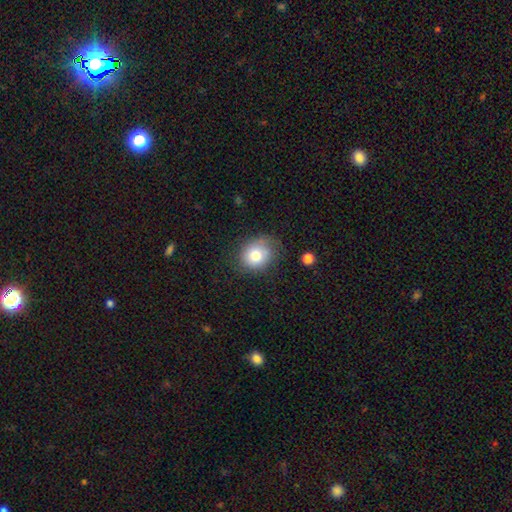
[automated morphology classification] Smooth or featured: smooth — 77% (featured or disk — 13%)
How rounded: round — 65% (in between — 34%)
Merging: none — 66% (minor disturbance — 24%)